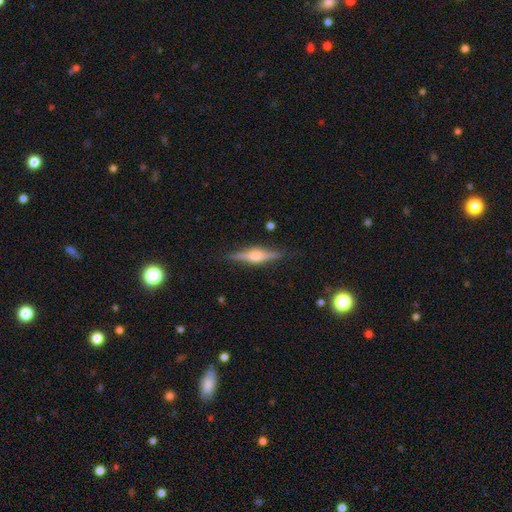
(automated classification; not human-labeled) Smooth or featured: featured or disk — 77% (smooth — 16%)
Edge-on disk: yes — 98% (no — 2%)
Edge-on bulge: rounded — 89% (boxy — 8%)
Merging: none — 89% (minor disturbance — 8%)